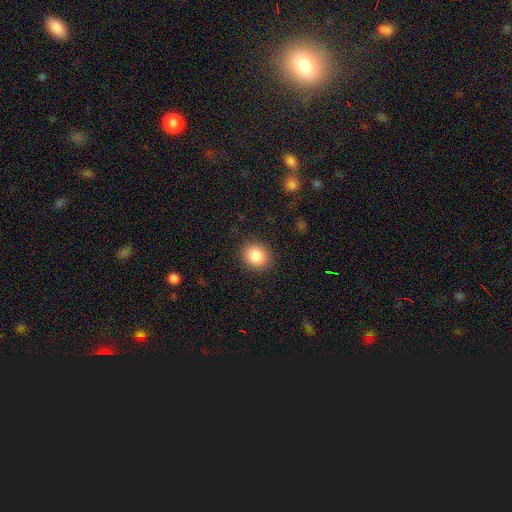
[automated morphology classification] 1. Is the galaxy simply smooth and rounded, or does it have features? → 86% smooth, 9% star or artifact, 5% featured or disk.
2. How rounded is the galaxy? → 76% round, 23% in between, 1% cigar-shaped.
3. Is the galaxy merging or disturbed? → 89% none, 7% minor disturbance, 2% major disturbance, 1% merger.